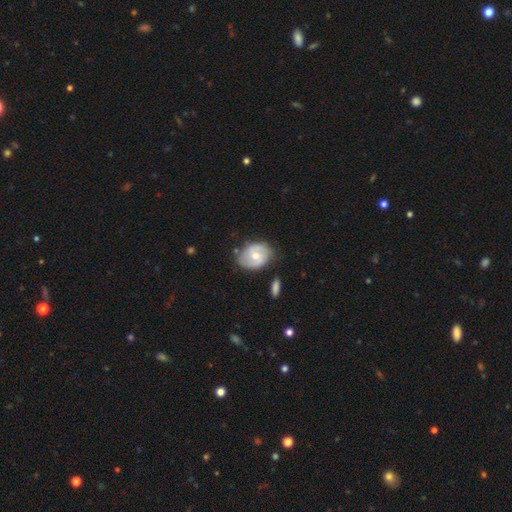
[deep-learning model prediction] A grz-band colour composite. It shows a featured or disk galaxy (59%) with a weak bar (47%), spiral arms (80%) and a moderate central bulge (63%). Merging: none (72%).